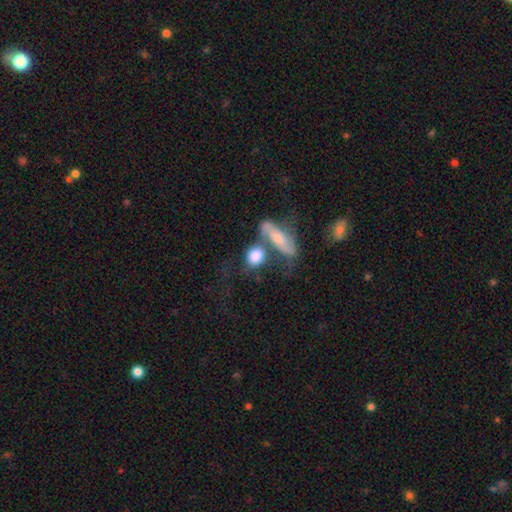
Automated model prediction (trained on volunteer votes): The model was most divided on "how rounded": in between: 47%, round: 45%, cigar-shaped: 8%. Remaining: smooth or featured — smooth (74%); merging — merger (46%).